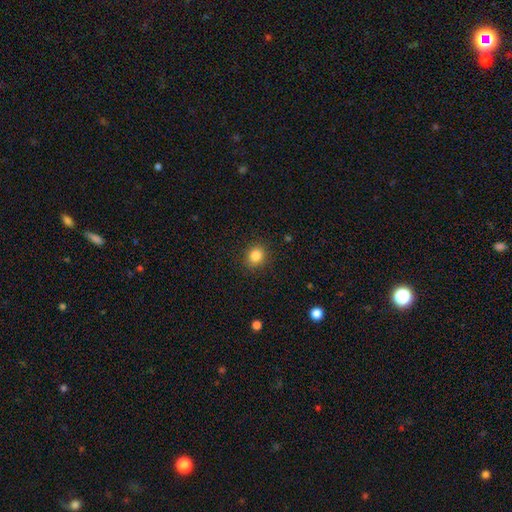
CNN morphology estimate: Overall: smooth (85%). How rounded: round (69%; in between 30%). Merging: none (88%).